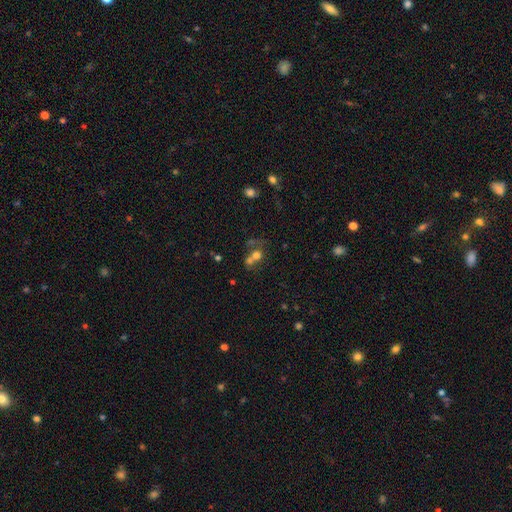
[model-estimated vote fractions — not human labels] Overall: smooth (62%). How rounded: round (69%; in between 30%). Merging: merger (59%; none 27%).